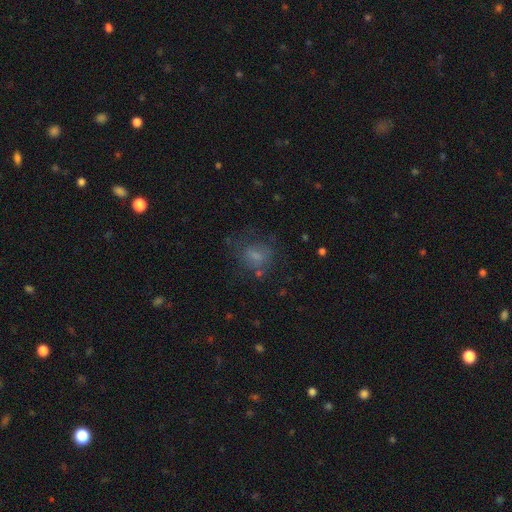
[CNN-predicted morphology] smooth 64%, featured or disk 20%, star or artifact 16%. Down the decision tree: how rounded — round (54%); merging — none (58%).